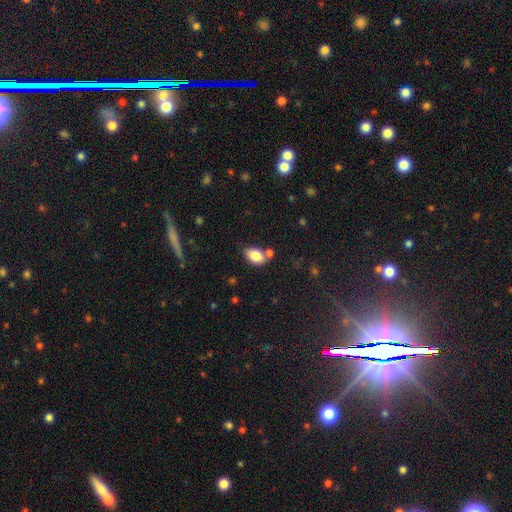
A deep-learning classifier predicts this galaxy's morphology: Smooth or featured?
  - smooth: 83% *
  - featured or disk: 9%
  - star or artifact: 8%
How rounded?
  - in between: 88% *
  - round: 10%
  - cigar-shaped: 1%
Merging?
  - none: 61% *
  - merger: 18%
  - minor disturbance: 16%
  - major disturbance: 4%